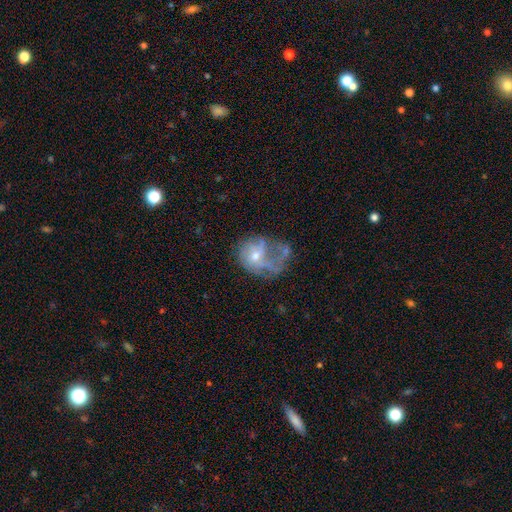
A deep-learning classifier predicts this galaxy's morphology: This appears to be a featured or disk galaxy (58%) with no bar (75%), spiral arms (52%) and a small central bulge (50%). Merging: major disturbance (47%).